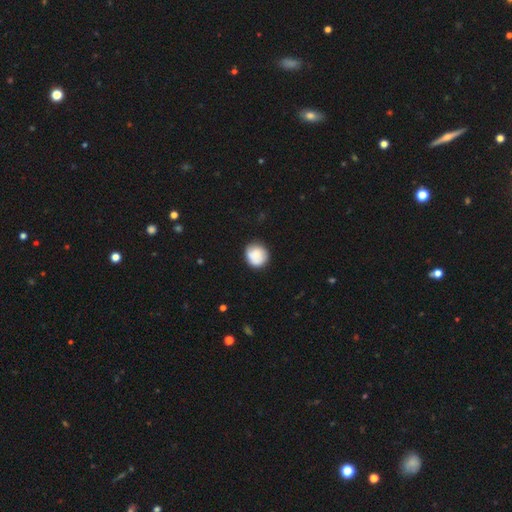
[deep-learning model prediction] A smooth galaxy with no disk features (81%) that is round (89%).

Vote fractions:
- Smooth or featured? smooth: 81% / featured or disk: 12% / star or artifact: 7%
- How rounded? round: 89% / in between: 10% / cigar-shaped: 1%
- Merging? none: 78% / minor disturbance: 16% / major disturbance: 4% / merger: 2%